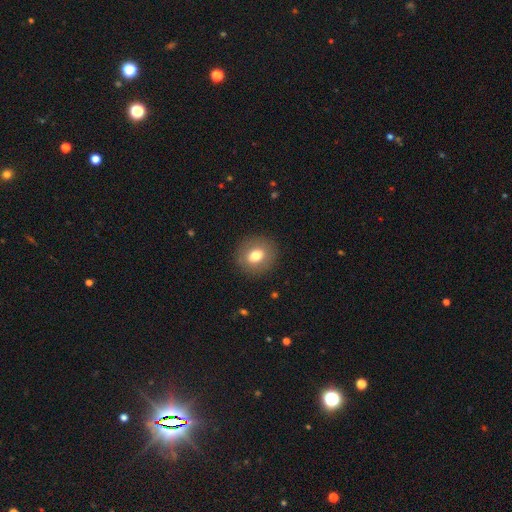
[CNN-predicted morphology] smooth-or-featured: smooth: 75% | featured or disk: 16% | star or artifact: 9%
  how-rounded: round: 71% | in between: 28% | cigar-shaped: 1%
  merging: none: 89% | minor disturbance: 7% | major disturbance: 3% | merger: 1%